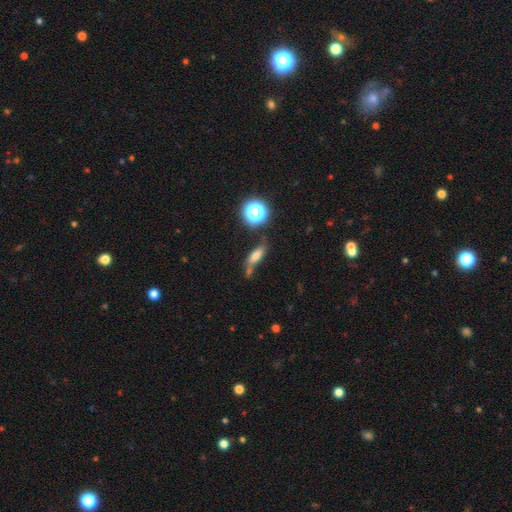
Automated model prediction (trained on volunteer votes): Smooth or featured: smooth — 57% (featured or disk — 26%)
How rounded: in between — 46% (cigar-shaped — 41%)
Merging: none — 50% (minor disturbance — 22%)